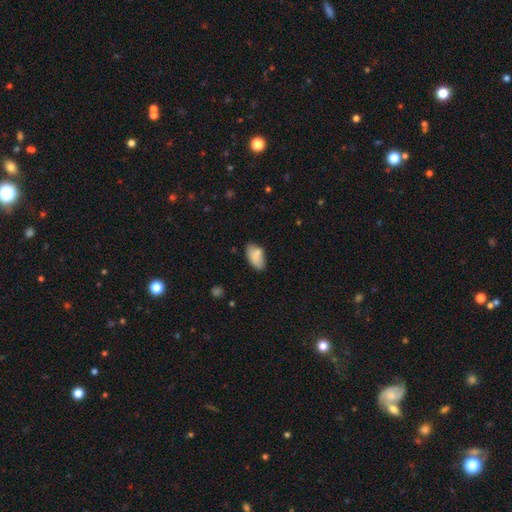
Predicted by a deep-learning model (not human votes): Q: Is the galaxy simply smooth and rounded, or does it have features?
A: smooth — 82%.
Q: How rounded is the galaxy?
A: in between — 92%.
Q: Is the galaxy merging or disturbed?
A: none — 67%.